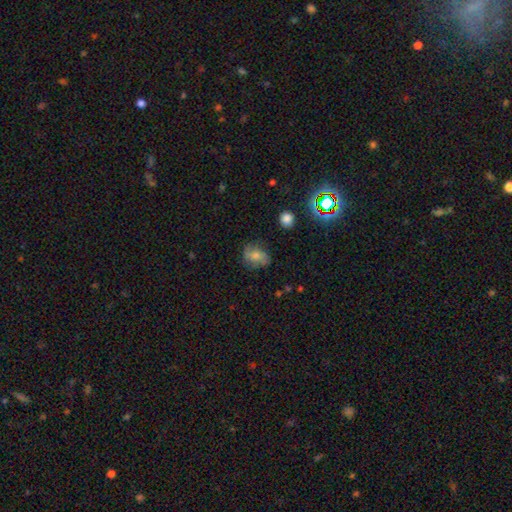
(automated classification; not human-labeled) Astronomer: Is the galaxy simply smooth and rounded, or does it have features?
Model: smooth — 58%.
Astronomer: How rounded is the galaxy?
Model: in between — 64%.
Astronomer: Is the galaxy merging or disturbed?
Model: none — 66%.